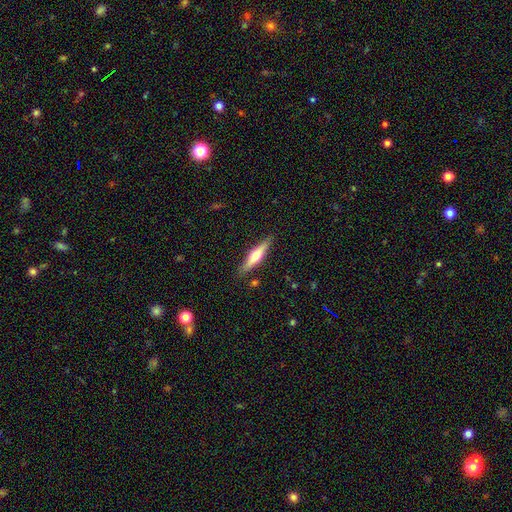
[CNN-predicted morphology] This appears to be a featured or disk galaxy (55%) viewed edge-on (94%) with a rounded central bulge (93%). Merging: none (88%).